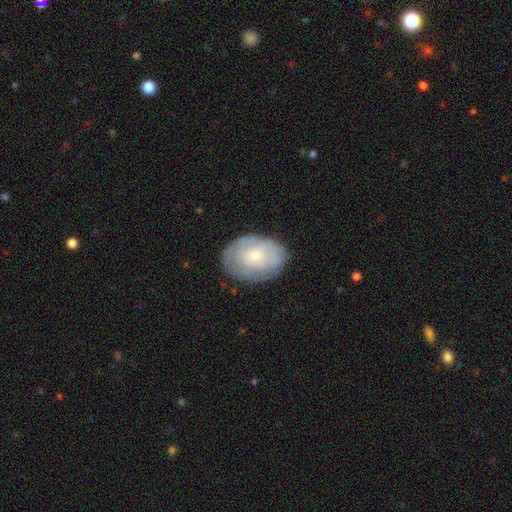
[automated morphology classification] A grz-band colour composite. It shows a smooth galaxy with no disk features (53%) that is in between round and cigar-shaped (73%). Merging: none (74%).